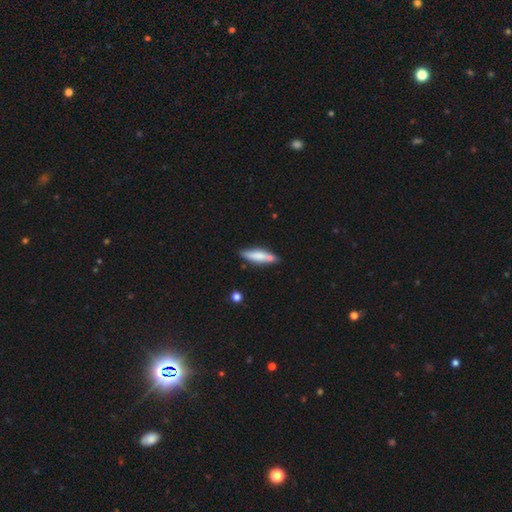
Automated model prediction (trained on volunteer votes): This is likely a smooth galaxy (67%). How rounded: likely cigar-shaped (71%). Merging: likely none (71%).